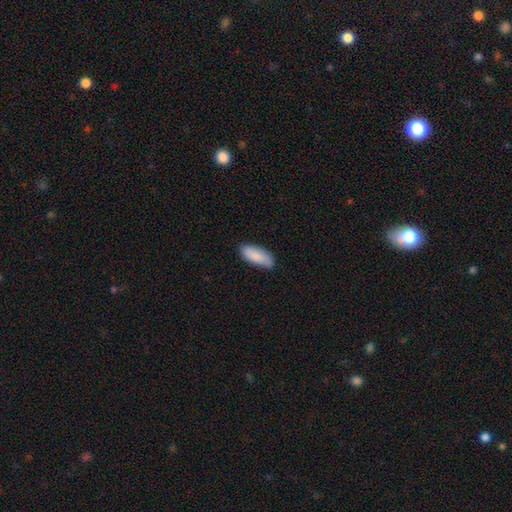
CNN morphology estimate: Q: Smooth or featured?
A: smooth (87%); runner-up: featured or disk (8%)
Q: How rounded?
A: in between (80%); runner-up: cigar-shaped (19%)
Q: Merging?
A: none (84%); runner-up: minor disturbance (13%)